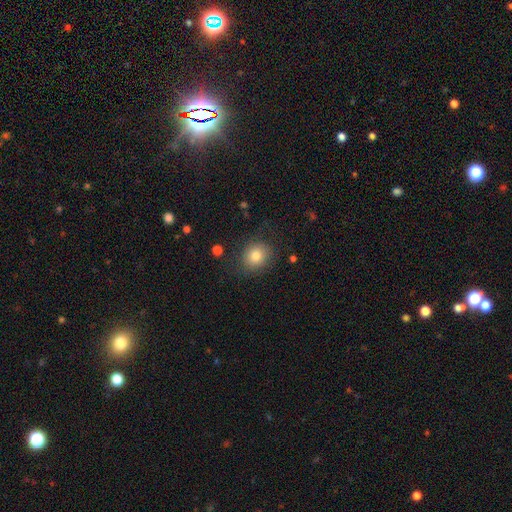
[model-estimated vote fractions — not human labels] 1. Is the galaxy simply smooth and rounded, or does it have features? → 79% smooth, 11% star or artifact, 10% featured or disk.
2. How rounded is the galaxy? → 74% round, 25% in between, 1% cigar-shaped.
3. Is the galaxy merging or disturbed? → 82% none, 12% minor disturbance, 5% major disturbance, 2% merger.